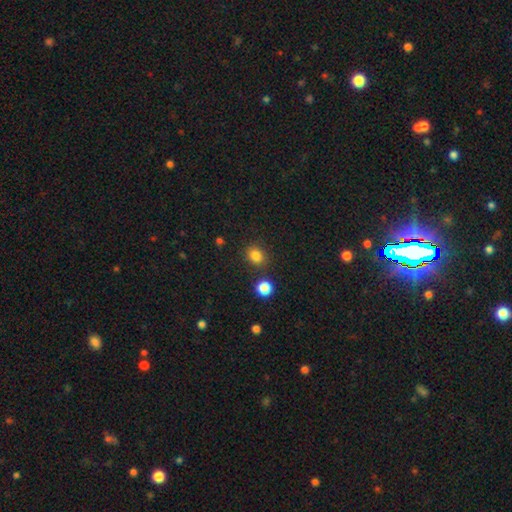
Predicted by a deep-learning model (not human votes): Smooth or featured?
  - smooth: 82% *
  - star or artifact: 13%
  - featured or disk: 5%
How rounded?
  - round: 66% *
  - in between: 33%
  - cigar-shaped: 1%
Merging?
  - none: 82% *
  - minor disturbance: 9%
  - merger: 5%
  - major disturbance: 3%